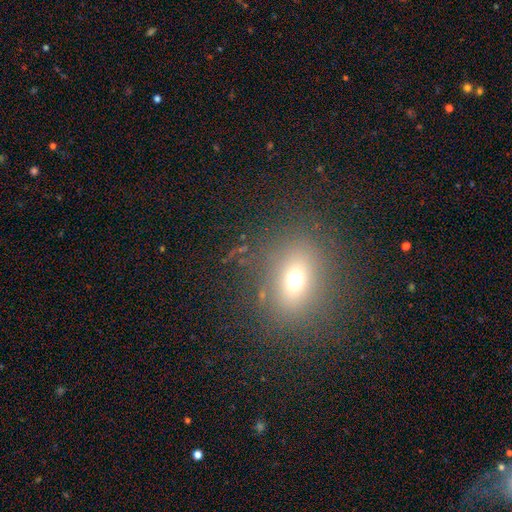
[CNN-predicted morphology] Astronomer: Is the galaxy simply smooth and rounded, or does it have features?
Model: smooth — 55%.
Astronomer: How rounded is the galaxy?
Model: in between — 57% (runner-up: round, 37%).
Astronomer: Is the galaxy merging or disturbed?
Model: none — 85%.